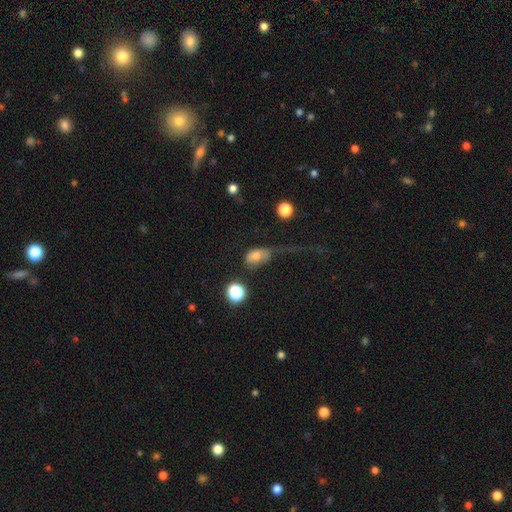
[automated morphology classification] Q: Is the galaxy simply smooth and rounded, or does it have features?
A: smooth — 68%.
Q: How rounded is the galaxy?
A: in between — 77%.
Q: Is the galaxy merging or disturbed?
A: major disturbance — 51%.